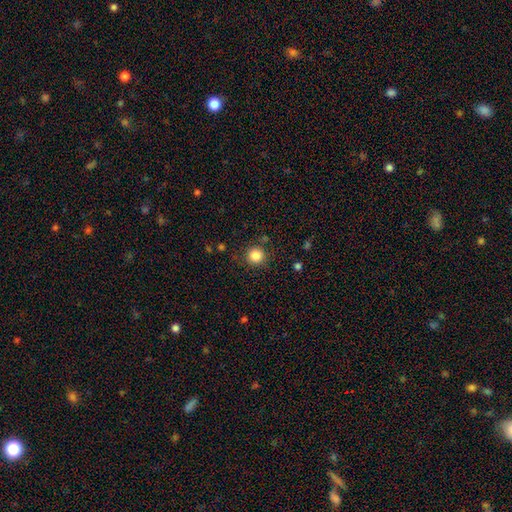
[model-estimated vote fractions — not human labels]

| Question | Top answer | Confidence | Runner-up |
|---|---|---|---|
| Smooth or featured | smooth | 84% | star or artifact (11%) |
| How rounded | round | 94% | in between (5%) |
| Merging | none | 86% | minor disturbance (8%) |